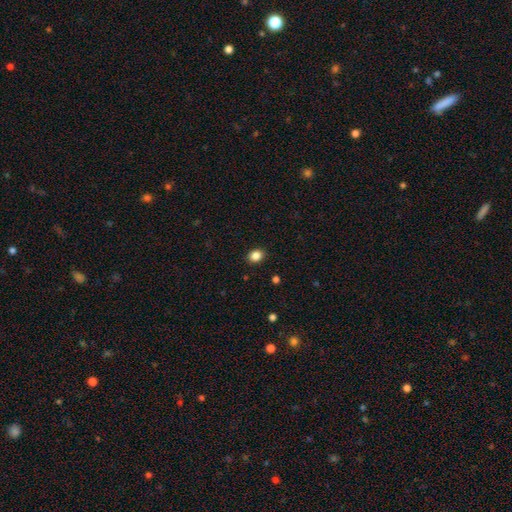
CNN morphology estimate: Smooth or featured? Predicted: smooth (p=0.86). How rounded? Predicted: round (p=0.53). Merging? Predicted: none (p=0.90).